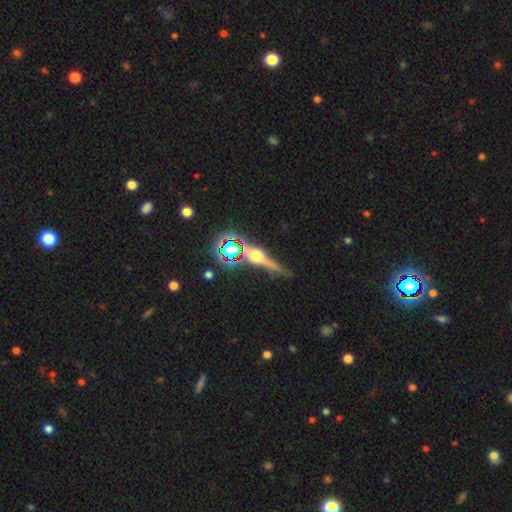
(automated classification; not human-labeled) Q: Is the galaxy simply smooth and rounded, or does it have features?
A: featured or disk — 61%.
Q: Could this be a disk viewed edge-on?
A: yes — 91%.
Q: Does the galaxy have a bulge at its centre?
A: rounded — 90%.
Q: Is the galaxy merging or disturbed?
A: none — 78%.